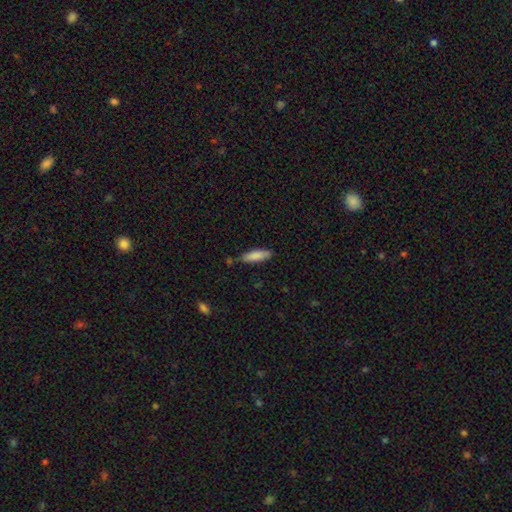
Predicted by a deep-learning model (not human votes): Morphology: type=smooth (85%); roundness=cigar-shaped (60%); merging=none (78%).